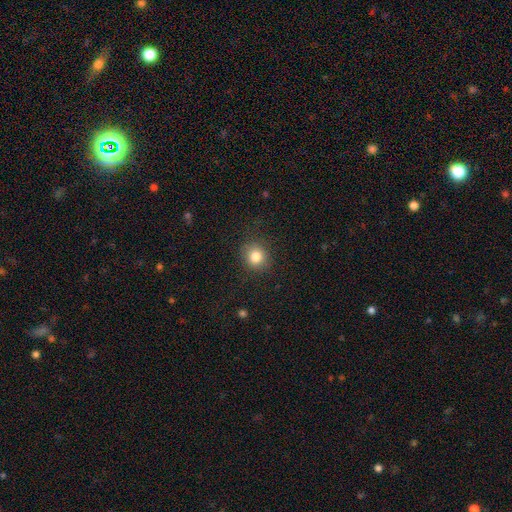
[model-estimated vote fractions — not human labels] Q: Smooth or featured?
A: smooth (83%); runner-up: star or artifact (11%)
Q: How rounded?
A: round (83%); runner-up: in between (16%)
Q: Merging?
A: none (86%); runner-up: minor disturbance (9%)